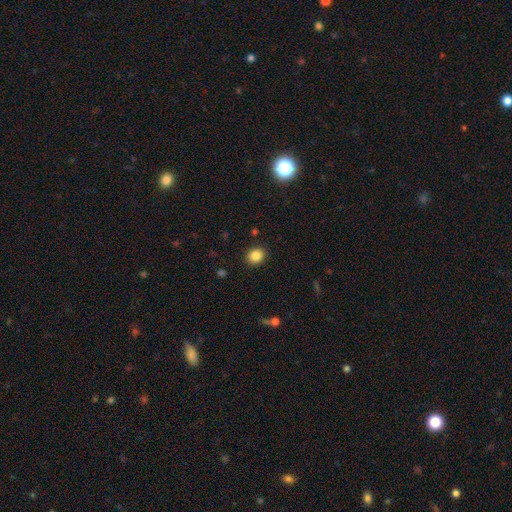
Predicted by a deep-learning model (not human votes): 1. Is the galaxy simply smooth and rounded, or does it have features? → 86% smooth, 10% star or artifact, 4% featured or disk.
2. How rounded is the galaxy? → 66% round, 34% in between, 1% cigar-shaped.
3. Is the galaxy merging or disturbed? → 89% none, 7% minor disturbance, 2% major disturbance, 1% merger.